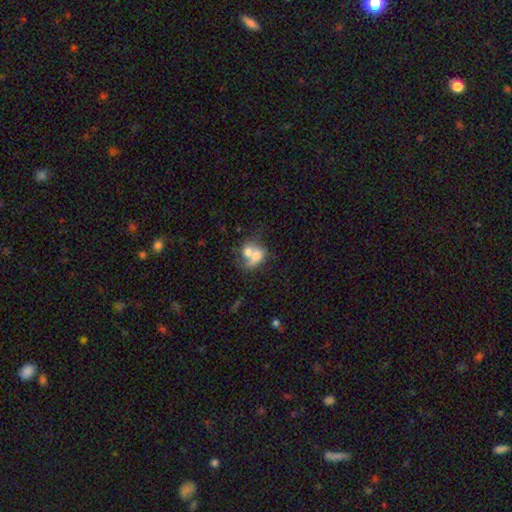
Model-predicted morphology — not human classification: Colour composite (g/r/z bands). It shows a smooth galaxy with no disk features (65%) that is in between round and cigar-shaped (58%). Merging: merger (69%).